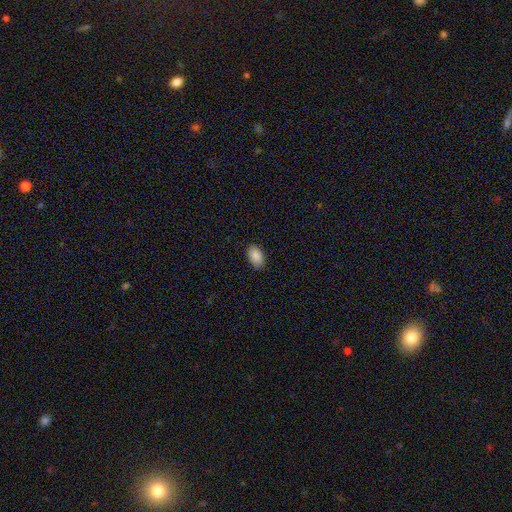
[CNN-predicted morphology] Smooth or featured? smooth (90%)
How rounded? in between (92%)
Merging? none (87%)